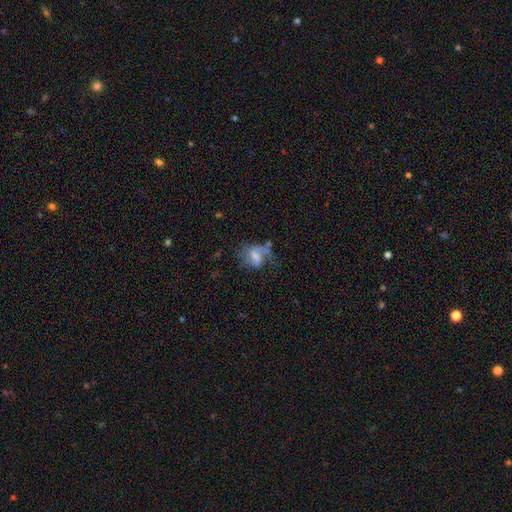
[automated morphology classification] Overall: featured or disk (48%; smooth 42%). Merging: none (36%; major disturbance 31%).